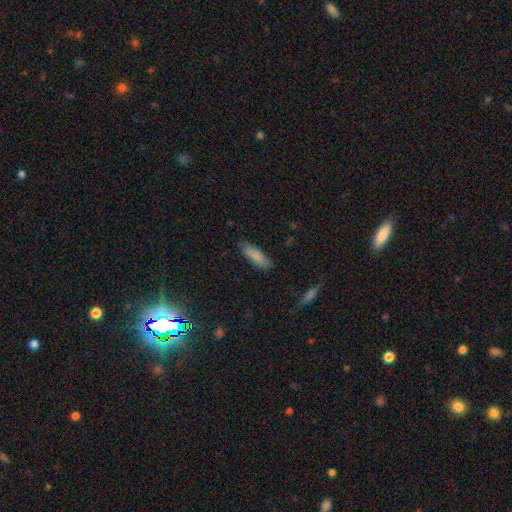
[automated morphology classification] Smooth or featured?
  - smooth: 81% *
  - featured or disk: 13%
  - star or artifact: 6%
How rounded?
  - in between: 53% *
  - cigar-shaped: 45%
  - round: 2%
Merging?
  - none: 78% *
  - minor disturbance: 17%
  - major disturbance: 3%
  - merger: 2%